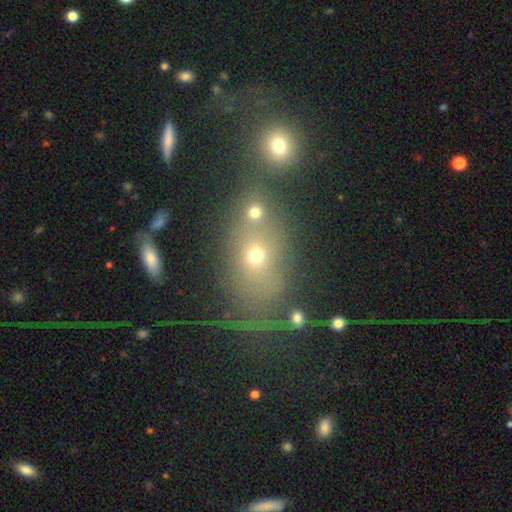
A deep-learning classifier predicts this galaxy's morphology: This is possibly a smooth galaxy (57%). How rounded: possibly in between (56%). Merging: marginally merger (43%).